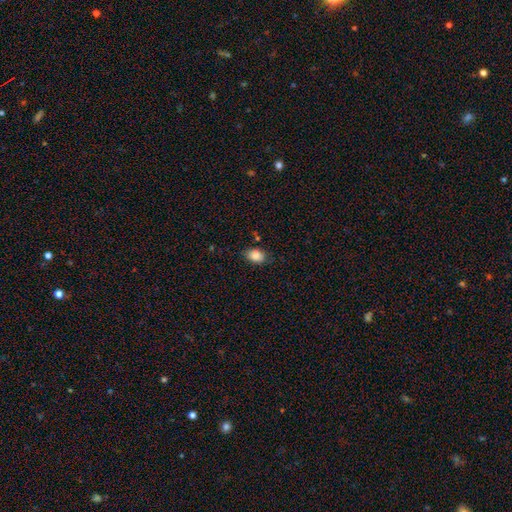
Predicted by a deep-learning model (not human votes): This is clearly a smooth galaxy (86%). How rounded: clearly in between (83%). Merging: likely none (75%).